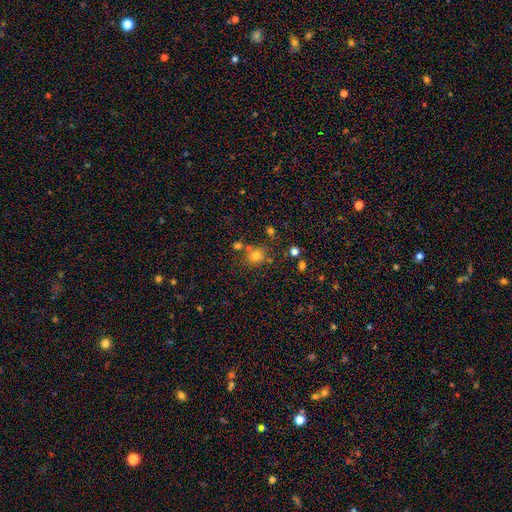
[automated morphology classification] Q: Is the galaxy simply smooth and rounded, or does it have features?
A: smooth — 75%.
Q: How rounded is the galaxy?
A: round — 76%.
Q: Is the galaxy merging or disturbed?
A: none — 65%.